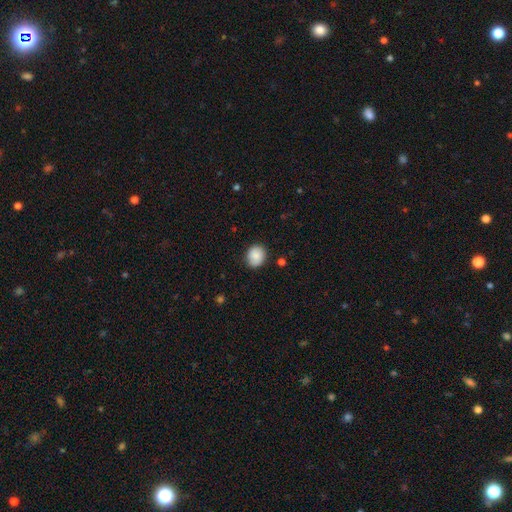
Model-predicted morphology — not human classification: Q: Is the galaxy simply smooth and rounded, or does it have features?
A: smooth — 86%.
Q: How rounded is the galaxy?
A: round — 71%.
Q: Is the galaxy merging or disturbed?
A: none — 84%.